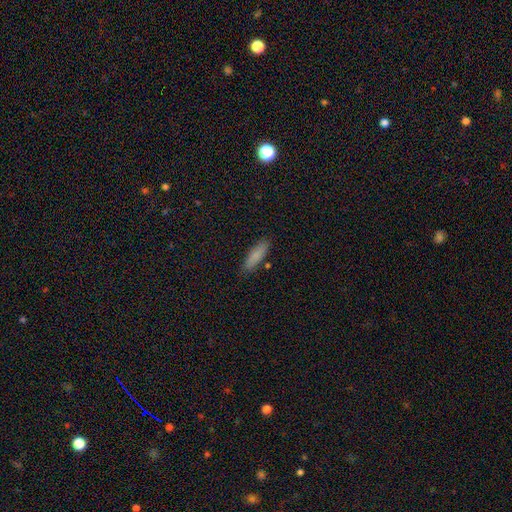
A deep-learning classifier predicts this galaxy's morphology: Smooth or featured? Predicted: smooth (p=0.83). How rounded? Predicted: cigar-shaped (p=0.59). Merging? Predicted: none (p=0.84).